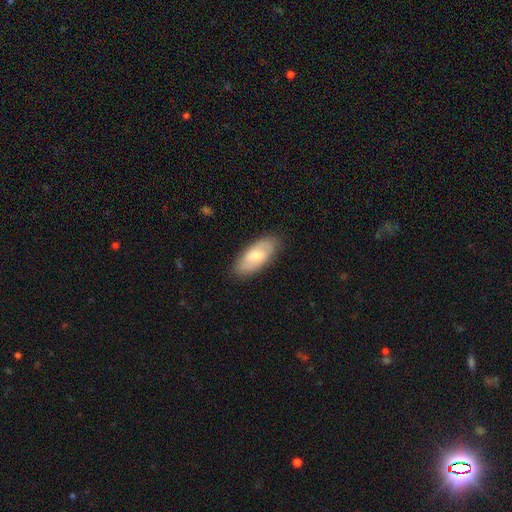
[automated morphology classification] Smooth or featured? smooth (58%)
How rounded? in between (87%)
Merging? none (84%)